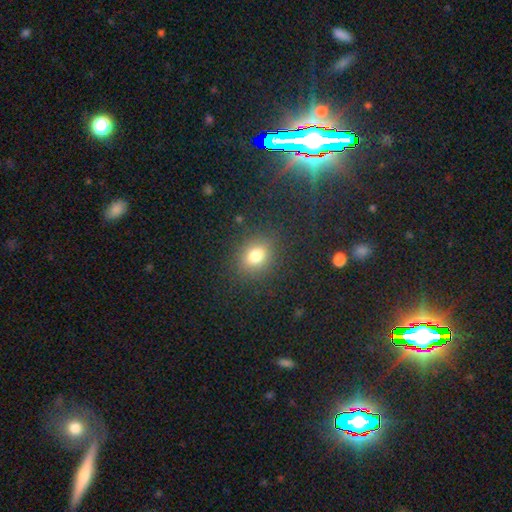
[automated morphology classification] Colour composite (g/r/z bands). It shows a smooth galaxy with no disk features (77%) that is in between round and cigar-shaped (52%). Merging: none (85%).